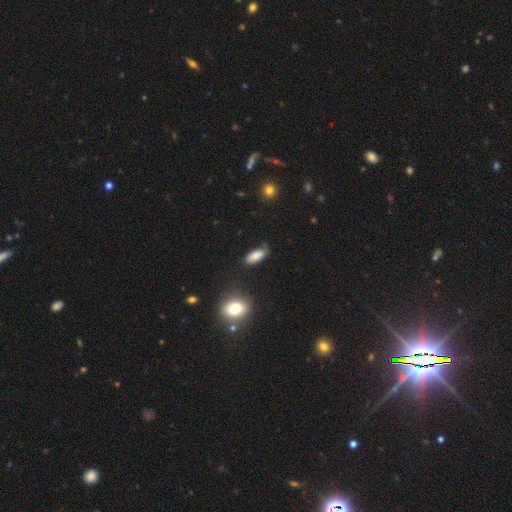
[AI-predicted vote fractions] The model was most divided on "merging": none: 62%, minor disturbance: 27%, major disturbance: 8%, merger: 3%. More confident: how rounded — in between (79%); smooth or featured — smooth (79%).